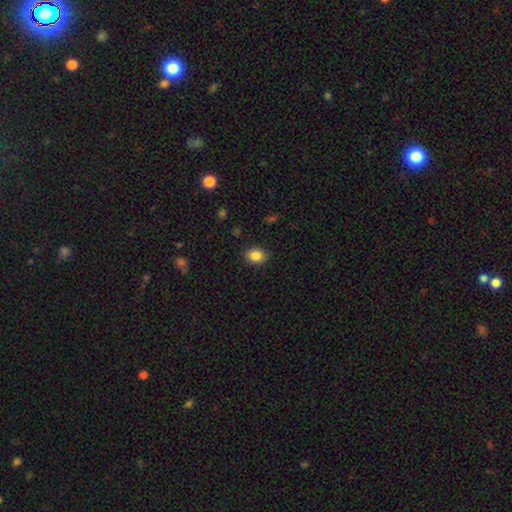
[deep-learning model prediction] Q: Smooth or featured?
A: smooth (86%); runner-up: star or artifact (9%)
Q: How rounded?
A: in between (63%); runner-up: round (36%)
Q: Merging?
A: none (88%); runner-up: minor disturbance (9%)